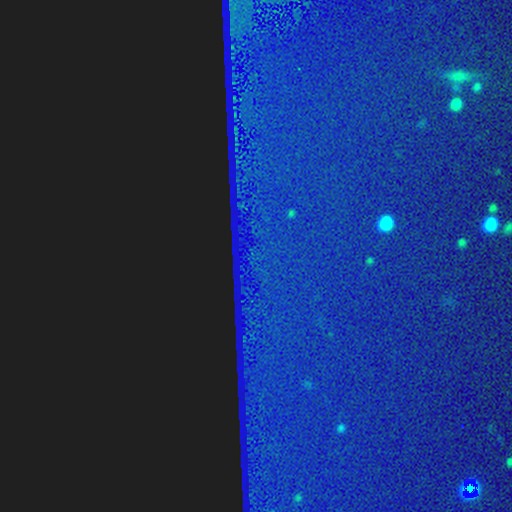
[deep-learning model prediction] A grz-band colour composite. It shows a star or artifact, not a galaxy (86%).